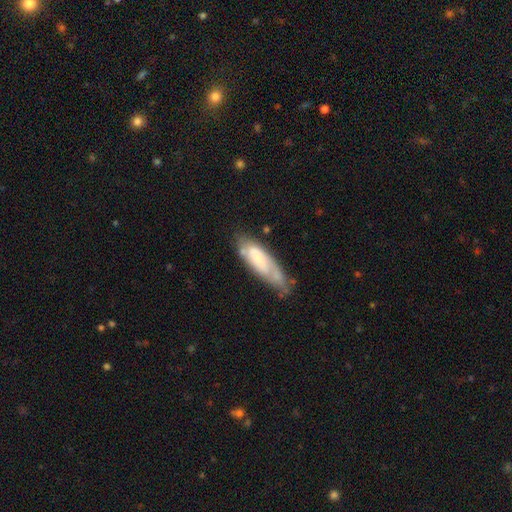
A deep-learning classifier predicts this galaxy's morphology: Q: Smooth or featured?
A: smooth (48%); runner-up: featured or disk (45%)
Q: Merging?
A: none (52%); runner-up: minor disturbance (31%)